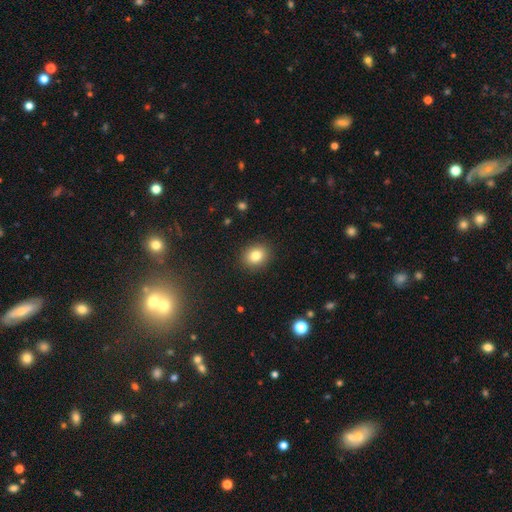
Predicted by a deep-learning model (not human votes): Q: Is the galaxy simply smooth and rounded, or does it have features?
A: smooth — 82%.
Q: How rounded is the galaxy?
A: round — 64%.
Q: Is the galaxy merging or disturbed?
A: none — 90%.